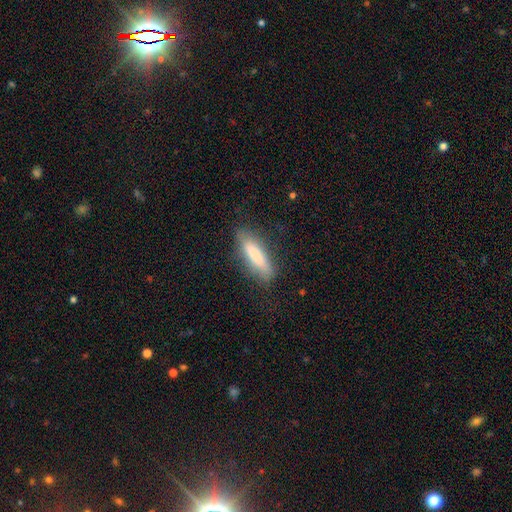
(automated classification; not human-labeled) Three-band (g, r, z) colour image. It shows a smooth galaxy with no disk features (76%) that is cigar-shaped (67%). Merging: none (78%).